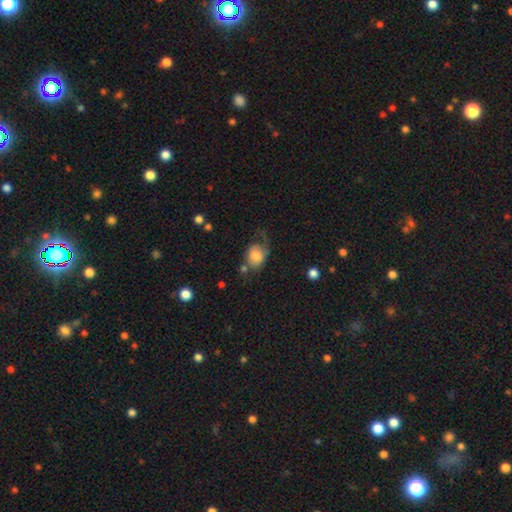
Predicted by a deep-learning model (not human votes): Q: Smooth or featured?
A: smooth (67%); runner-up: featured or disk (25%)
Q: How rounded?
A: in between (59%); runner-up: round (40%)
Q: Merging?
A: none (35%); runner-up: major disturbance (32%)